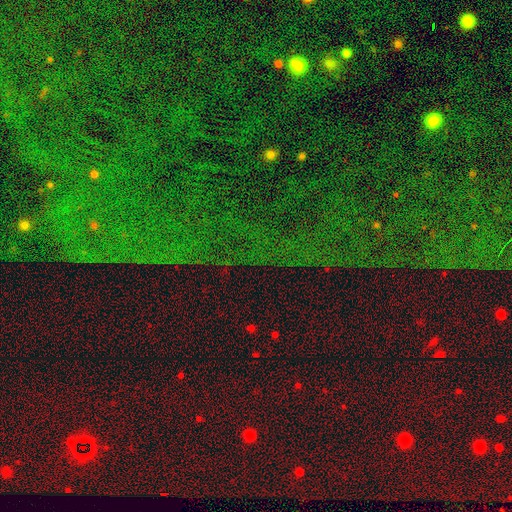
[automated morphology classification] A star or artifact, not a galaxy (84%).